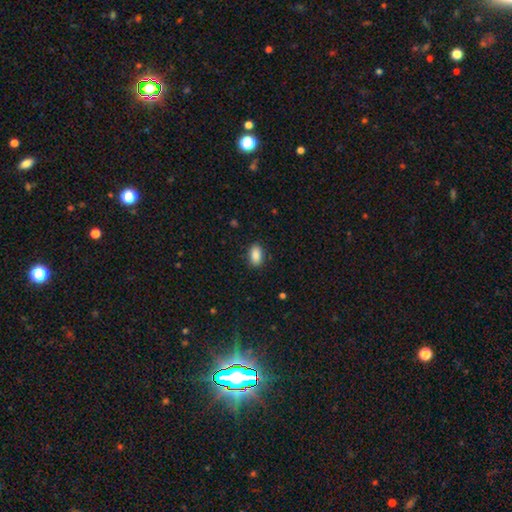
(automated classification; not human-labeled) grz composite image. It shows a smooth galaxy with no disk features (89%) that is in between round and cigar-shaped (92%). Merging: none (87%).